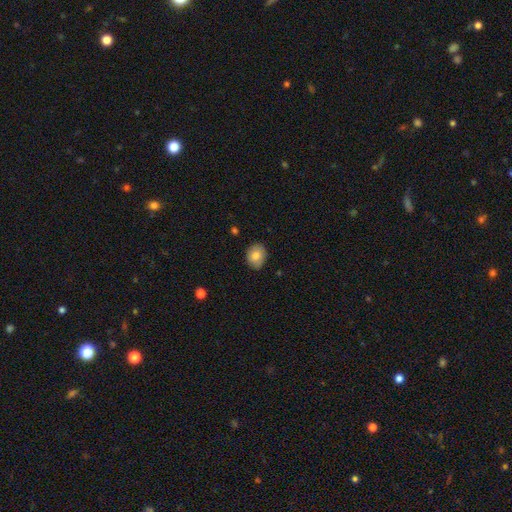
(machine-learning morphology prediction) A smooth galaxy with no disk features (78%) that is in between round and cigar-shaped (53%). Merging: none (82%).